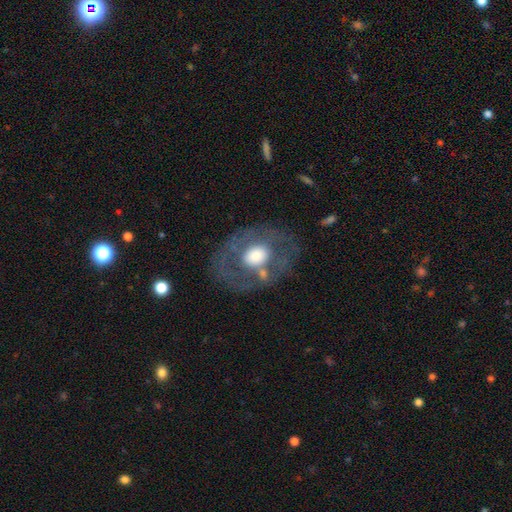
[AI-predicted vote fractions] Overall: featured or disk (55%; smooth 38%). Edge-on disk: no (94%). Bar: no (84%). Spiral arms: no (81%). Bulge size: large (50%; moderate 37%). Merging: none (72%).